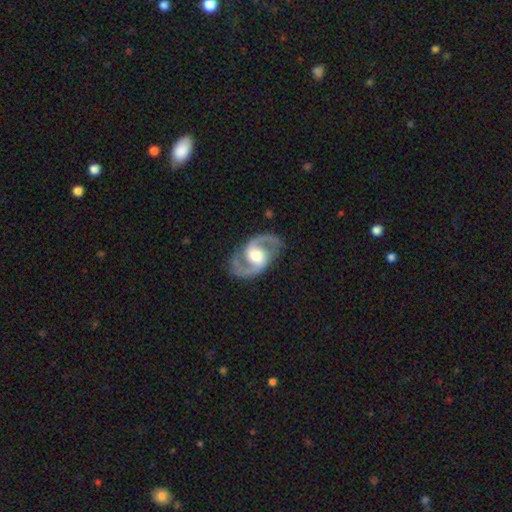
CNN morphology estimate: This is clearly a featured or disk galaxy (92%). It is clearly not viewed edge-on (98%). Bar: marginally weak (42%). Spiral arm pattern: clearly yes (97%). Spiral arm count: clearly 2 (95%). Spiral winding: likely medium (63%). Central bulge: likely moderate (62%). Merging: clearly none (86%).